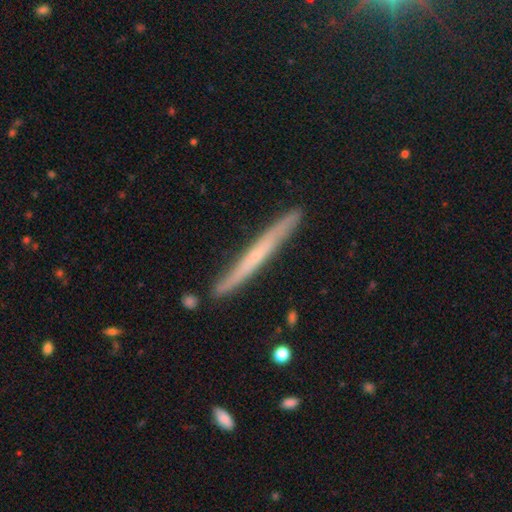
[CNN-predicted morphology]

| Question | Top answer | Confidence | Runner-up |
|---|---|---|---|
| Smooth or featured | featured or disk | 58% | smooth (36%) |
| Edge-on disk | yes | 94% | no (6%) |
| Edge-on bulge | none | 69% | rounded (25%) |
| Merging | none | 85% | minor disturbance (11%) |